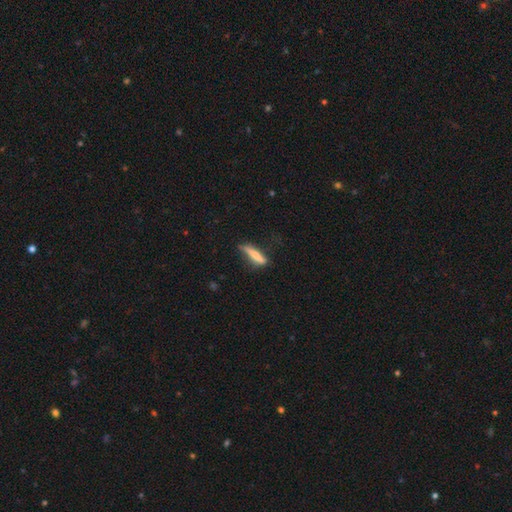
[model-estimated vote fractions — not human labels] Overall: smooth (61%; featured or disk 32%). How rounded: cigar-shaped (82%). Merging: none (60%; minor disturbance 27%).